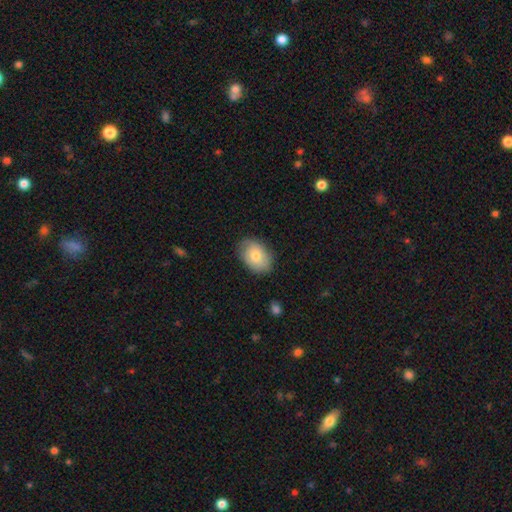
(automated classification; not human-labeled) Smooth or featured?
  - smooth: 76% *
  - featured or disk: 18%
  - star or artifact: 7%
How rounded?
  - in between: 82% *
  - round: 17%
  - cigar-shaped: 1%
Merging?
  - none: 79% *
  - minor disturbance: 17%
  - major disturbance: 3%
  - merger: 1%